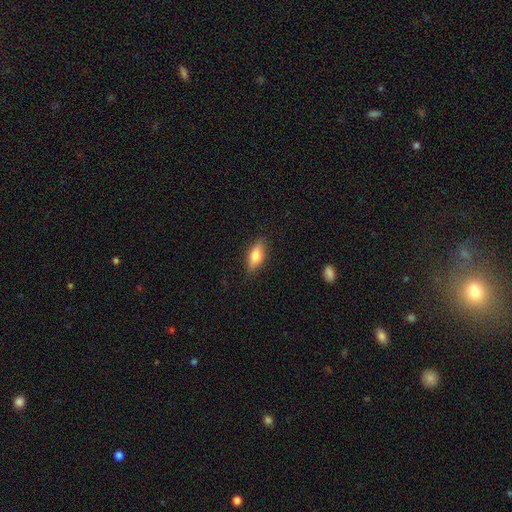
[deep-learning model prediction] A smooth galaxy with no disk features (67%) that is in between round and cigar-shaped (73%).

Vote fractions:
- Smooth or featured? smooth: 67% / featured or disk: 25% / star or artifact: 7%
- How rounded? in between: 73% / cigar-shaped: 24% / round: 4%
- Merging? none: 84% / minor disturbance: 12% / major disturbance: 3% / merger: 1%